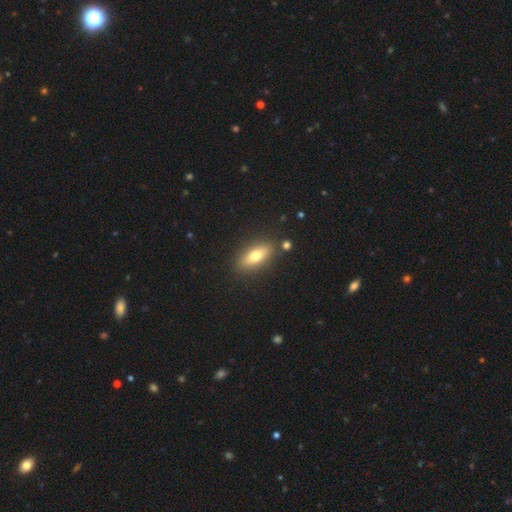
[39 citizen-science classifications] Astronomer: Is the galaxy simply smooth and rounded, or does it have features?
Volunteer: smooth — 69%.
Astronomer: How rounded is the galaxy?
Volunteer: in between — 74%.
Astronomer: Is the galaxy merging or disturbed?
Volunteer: none — 92%.